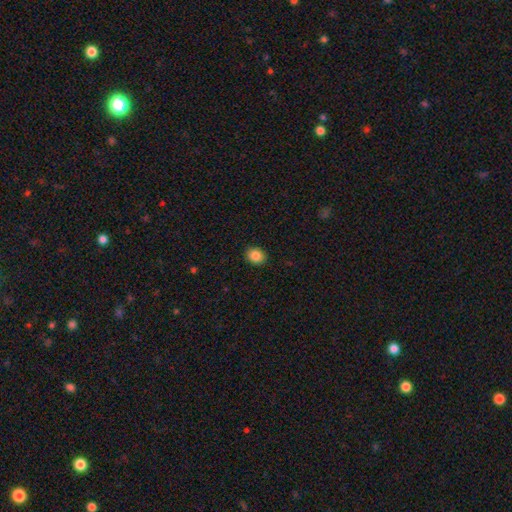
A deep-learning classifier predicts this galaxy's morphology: This is clearly a smooth galaxy (86%). How rounded: possibly round (55%). Merging: clearly none (91%).